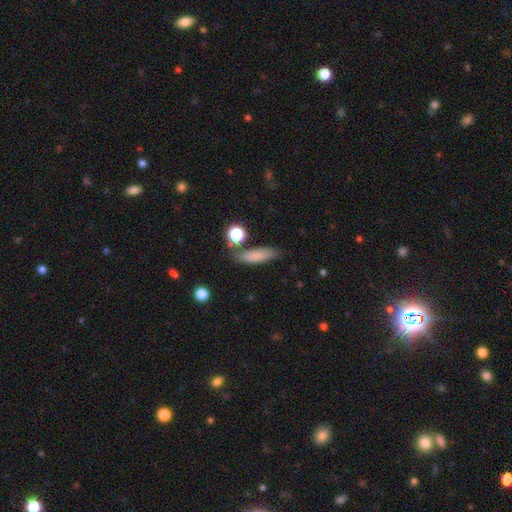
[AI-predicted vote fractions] Q: Smooth or featured?
A: smooth (78%); runner-up: featured or disk (13%)
Q: How rounded?
A: cigar-shaped (55%); runner-up: in between (41%)
Q: Merging?
A: none (74%); runner-up: minor disturbance (15%)